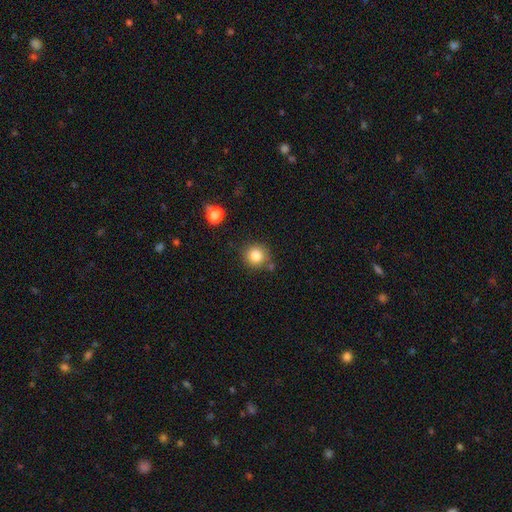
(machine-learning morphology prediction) smooth-or-featured: smooth: 83% | star or artifact: 11% | featured or disk: 6%
  how-rounded: round: 91% | in between: 8% | cigar-shaped: 1%
  merging: none: 79% | minor disturbance: 11% | merger: 7% | major disturbance: 3%